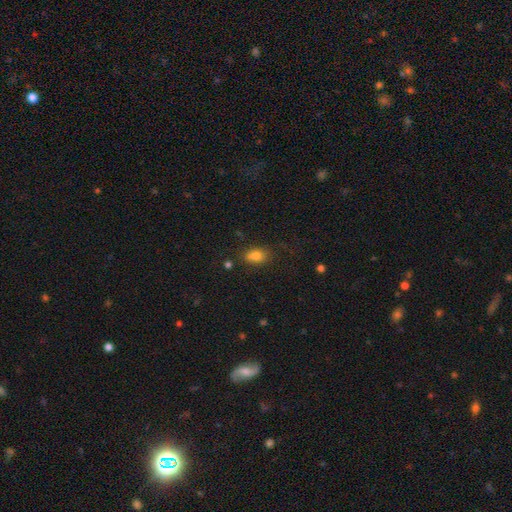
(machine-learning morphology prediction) smooth-or-featured: smooth: 78% | star or artifact: 12% | featured or disk: 10%
  how-rounded: in between: 73% | round: 25% | cigar-shaped: 2%
  merging: none: 64% | minor disturbance: 19% | merger: 11% | major disturbance: 5%